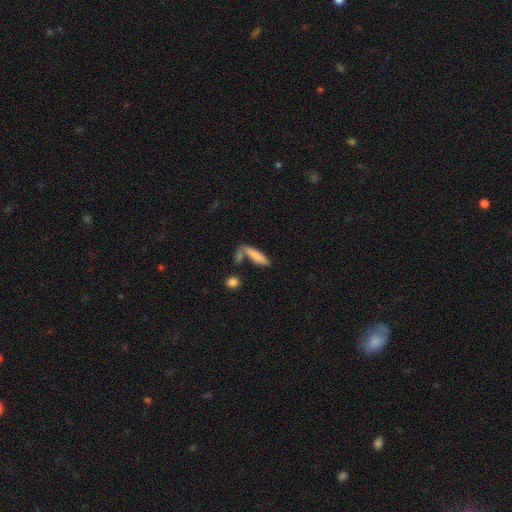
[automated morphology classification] Overall: smooth (77%). How rounded: cigar-shaped (69%; in between 29%). Merging: none (59%; merger 20%).